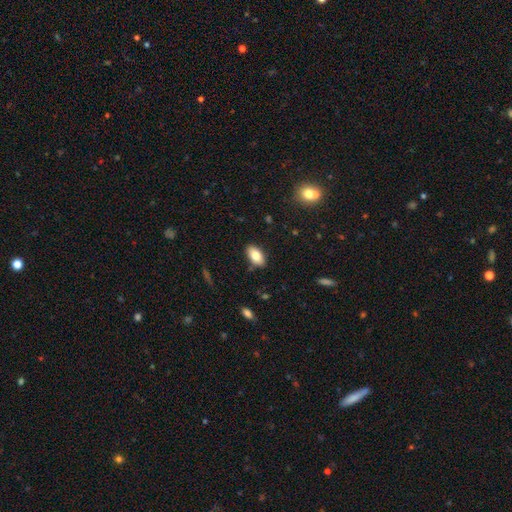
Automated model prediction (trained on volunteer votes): Smooth or featured? Predicted: smooth (p=0.80). How rounded? Predicted: in between (p=0.93). Merging? Predicted: none (p=0.86).